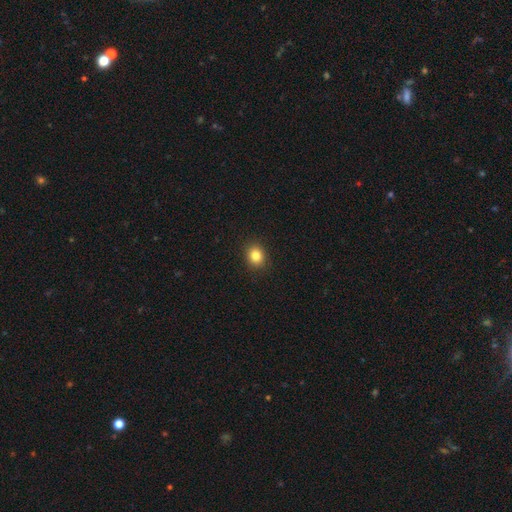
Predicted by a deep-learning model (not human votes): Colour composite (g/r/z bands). It shows a smooth galaxy with no disk features (83%) that is round (67%). Merging: none (91%).